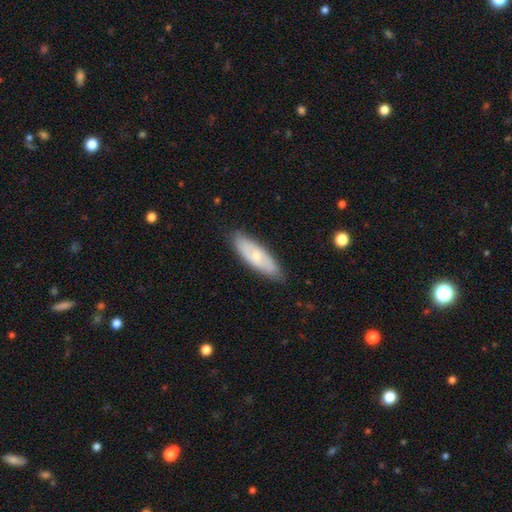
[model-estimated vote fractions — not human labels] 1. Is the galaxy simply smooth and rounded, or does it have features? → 53% smooth, 41% featured or disk, 6% star or artifact.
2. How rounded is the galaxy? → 55% in between, 43% cigar-shaped, 2% round.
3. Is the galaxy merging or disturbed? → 83% none, 13% minor disturbance, 2% major disturbance, 1% merger.